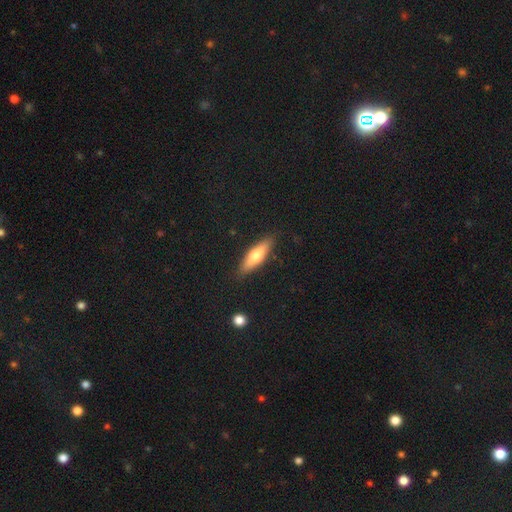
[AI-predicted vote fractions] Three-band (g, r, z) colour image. It shows a smooth galaxy with no disk features (60%) that is cigar-shaped (60%). Merging: none (86%).